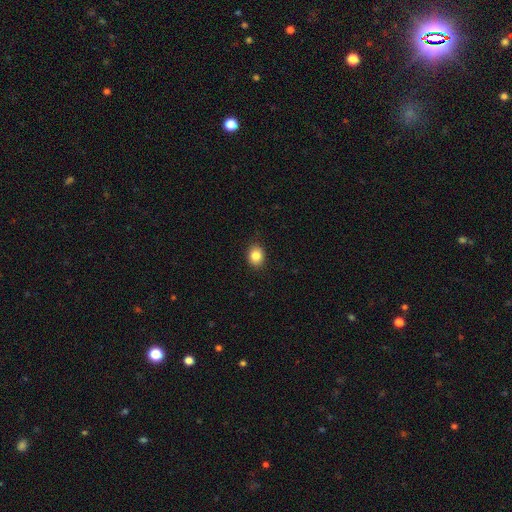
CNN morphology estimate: Q: Smooth or featured?
A: smooth (85%); runner-up: star or artifact (9%)
Q: How rounded?
A: round (55%); runner-up: in between (44%)
Q: Merging?
A: none (87%); runner-up: minor disturbance (10%)